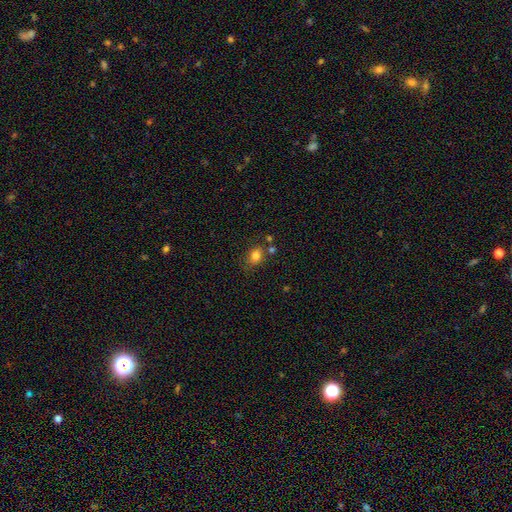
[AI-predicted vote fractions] This is clearly a smooth galaxy (81%). How rounded: possibly in between (58%). Merging: likely none (66%).